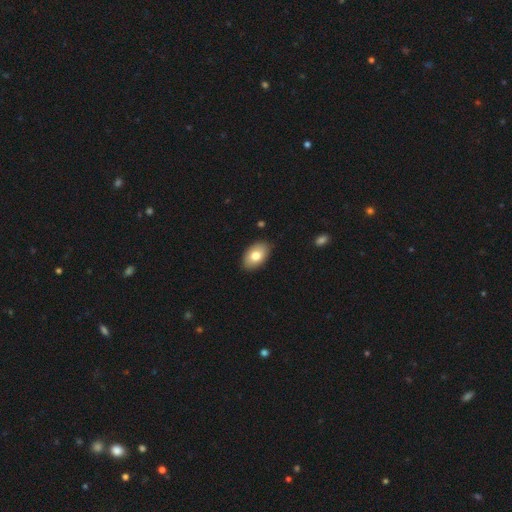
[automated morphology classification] Overall: smooth (79%). How rounded: in between (92%). Merging: none (87%).